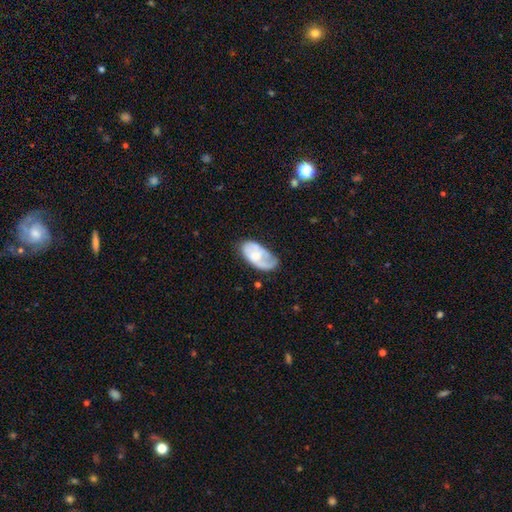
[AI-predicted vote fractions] Smooth or featured?
  - featured or disk: 52% *
  - smooth: 42%
  - star or artifact: 6%
Edge-on disk?
  - no: 95% *
  - yes: 5%
Merging?
  - none: 43% *
  - minor disturbance: 34%
  - major disturbance: 20%
  - merger: 3%